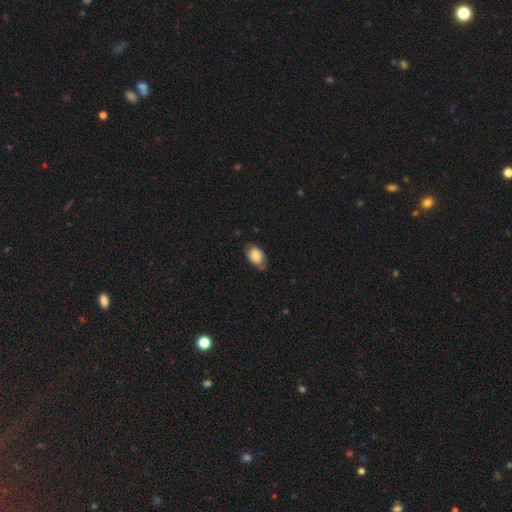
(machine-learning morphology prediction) smooth-or-featured: smooth: 75% | featured or disk: 17% | star or artifact: 8%
  how-rounded: in between: 83% | round: 15% | cigar-shaped: 1%
  merging: none: 61% | minor disturbance: 30% | major disturbance: 8% | merger: 2%